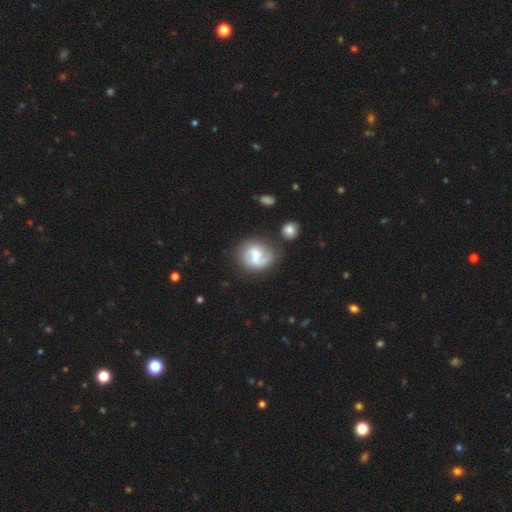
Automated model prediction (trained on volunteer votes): Overall: featured or disk (76%). Edge-on disk: no (98%). Bar: weak (55%; no 28%). Spiral arms: yes (93%). Spiral arm count: 2 (78%). Spiral winding: medium (46%; loose 34%). Bulge size: moderate (60%; small 30%). Merging: none (71%).